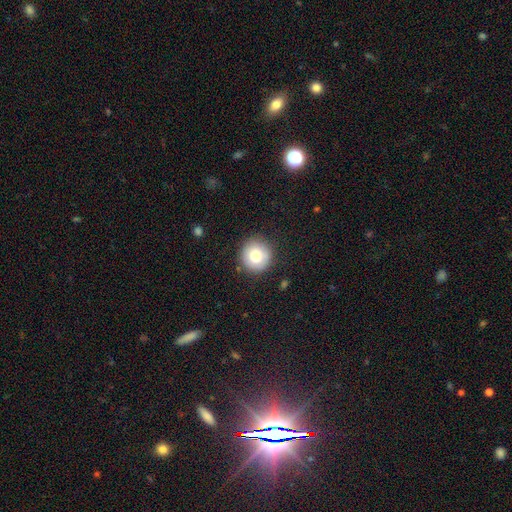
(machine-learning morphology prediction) smooth_or_featured: smooth (p=0.78) [alt: featured or disk p=0.13]
how_rounded: round (p=0.93) [alt: in between p=0.06]
merging: none (p=0.86) [alt: minor disturbance p=0.10]